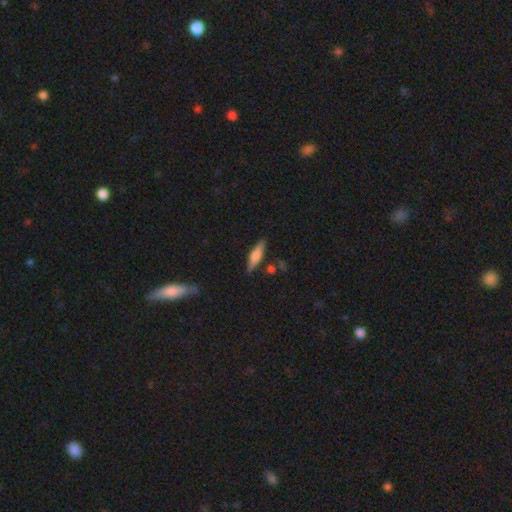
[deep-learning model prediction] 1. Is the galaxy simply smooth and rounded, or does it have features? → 56% smooth, 37% featured or disk, 7% star or artifact.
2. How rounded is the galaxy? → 68% cigar-shaped, 30% in between, 2% round.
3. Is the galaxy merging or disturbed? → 82% none, 12% minor disturbance, 3% merger, 3% major disturbance.